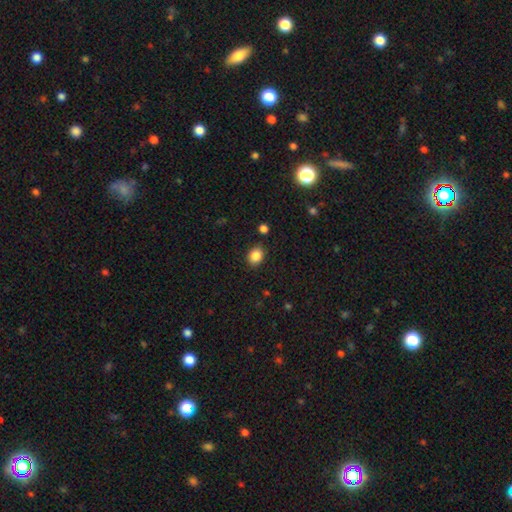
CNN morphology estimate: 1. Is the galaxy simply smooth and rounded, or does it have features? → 86% smooth, 10% star or artifact, 4% featured or disk.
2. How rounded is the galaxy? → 53% in between, 46% round, 1% cigar-shaped.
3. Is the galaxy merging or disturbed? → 87% none, 9% minor disturbance, 2% major disturbance, 2% merger.